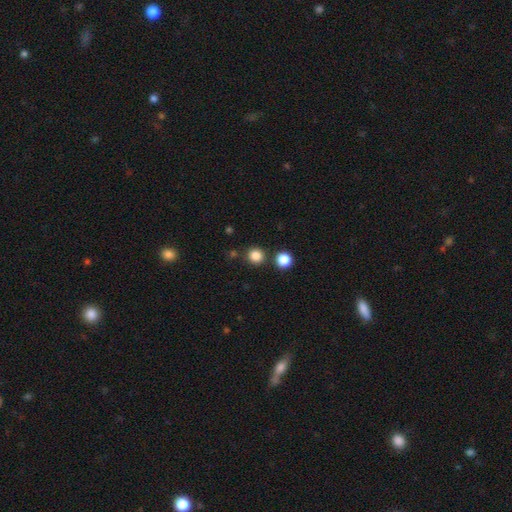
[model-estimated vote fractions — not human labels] This is clearly a smooth galaxy (84%). How rounded: clearly round (93%). Merging: clearly none (85%).